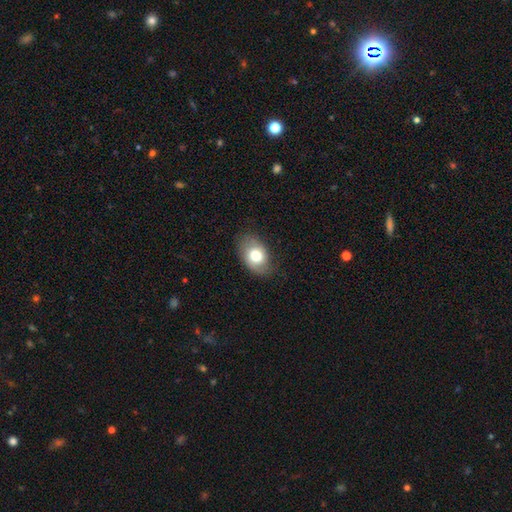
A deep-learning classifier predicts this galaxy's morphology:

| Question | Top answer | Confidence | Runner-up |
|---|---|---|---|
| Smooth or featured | smooth | 71% | featured or disk (21%) |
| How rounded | in between | 80% | round (19%) |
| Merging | none | 72% | minor disturbance (22%) |